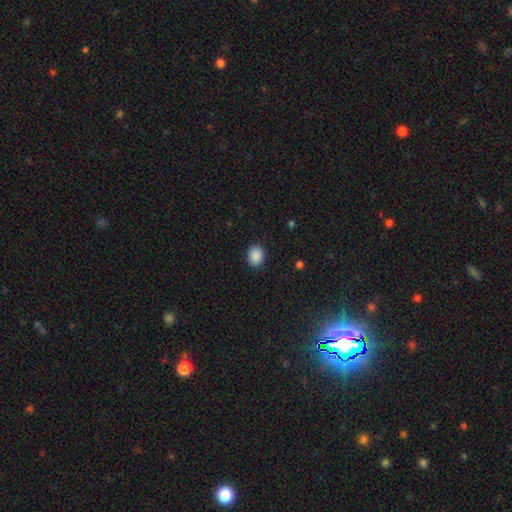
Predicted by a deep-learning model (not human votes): Smooth or featured? smooth (89%)
How rounded? round (56%)
Merging? none (89%)